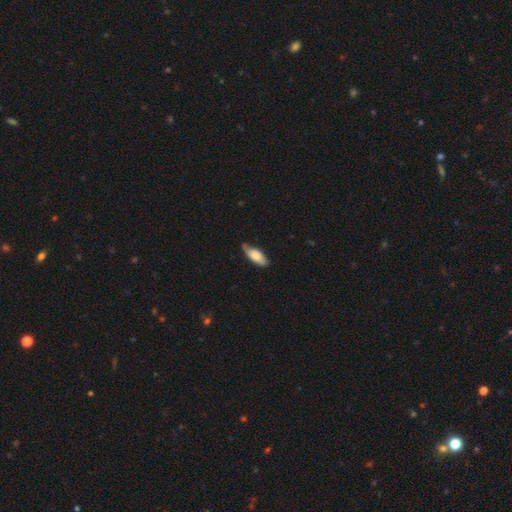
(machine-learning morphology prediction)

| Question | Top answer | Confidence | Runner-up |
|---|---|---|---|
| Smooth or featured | smooth | 74% | featured or disk (21%) |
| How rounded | in between | 78% | cigar-shaped (20%) |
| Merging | none | 67% | minor disturbance (27%) |